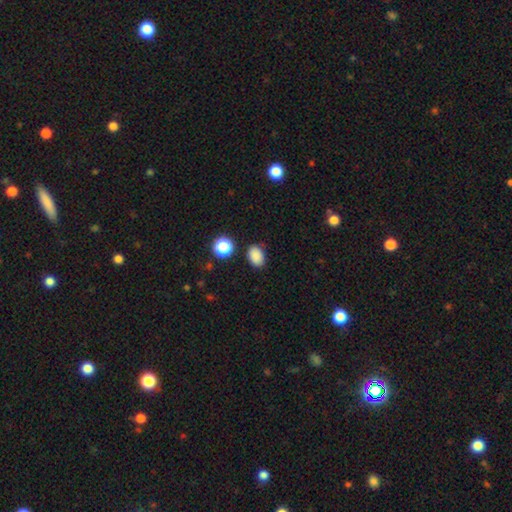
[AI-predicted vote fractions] Smooth or featured? smooth (86%)
How rounded? in between (78%)
Merging? none (83%)